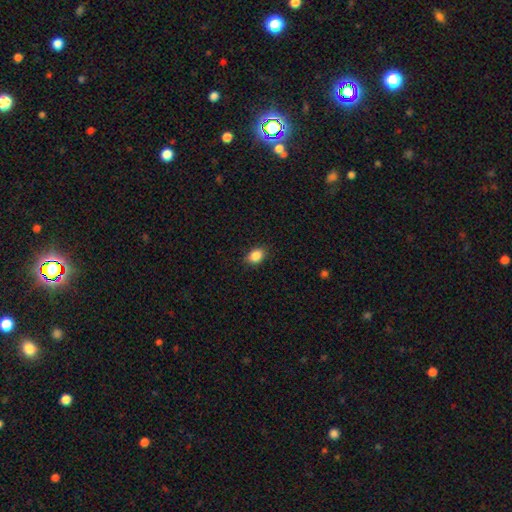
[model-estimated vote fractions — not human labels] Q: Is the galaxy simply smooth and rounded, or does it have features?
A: smooth — 87%.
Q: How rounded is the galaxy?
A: in between — 72%.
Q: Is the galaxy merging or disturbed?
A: none — 86%.